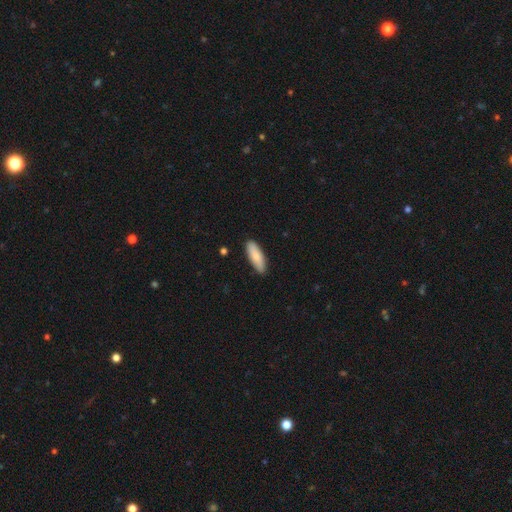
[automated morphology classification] smooth_or_featured: smooth (p=0.83) [alt: featured or disk p=0.11]
how_rounded: in between (p=0.58) [alt: cigar-shaped p=0.40]
merging: none (p=0.87) [alt: minor disturbance p=0.10]